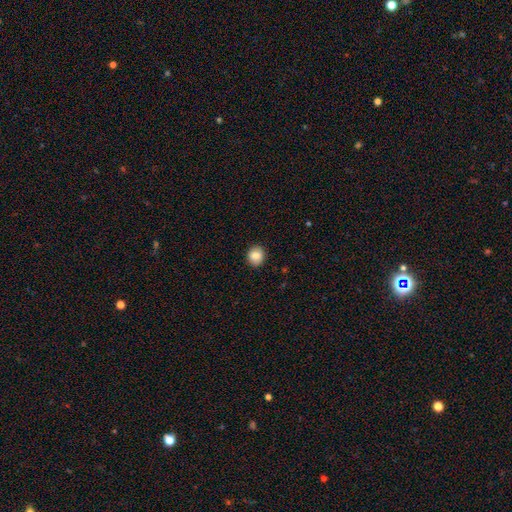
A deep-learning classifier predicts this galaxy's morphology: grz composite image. It shows a smooth galaxy with no disk features (84%) that is round (81%). Merging: none (91%).